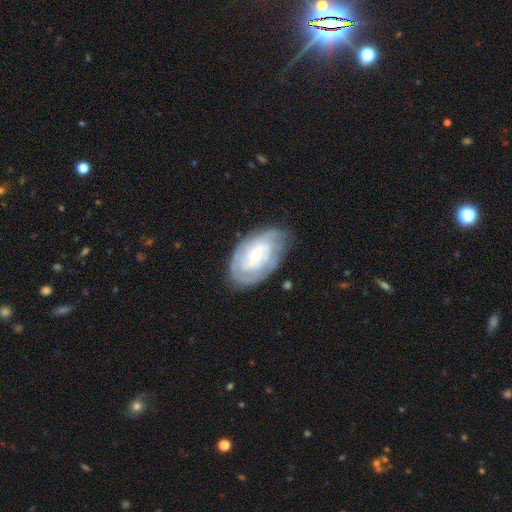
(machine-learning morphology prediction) smooth_or_featured: featured or disk (p=0.79) [alt: smooth p=0.16]
disk_edge_on: no (p=0.96) [alt: yes p=0.04]
bar: no (p=0.69) [alt: weak p=0.25]
has_spiral_arms: yes (p=0.85) [alt: no p=0.15]
spiral_winding: tight (p=0.70) [alt: medium p=0.23]
spiral_arm_count: can't tell (p=0.48) [alt: 2 p=0.25]
bulge_size: small (p=0.62) [alt: moderate p=0.35]
merging: none (p=0.70) [alt: minor disturbance p=0.21]